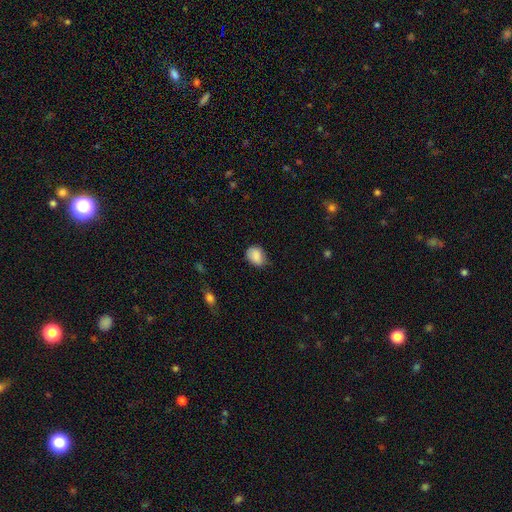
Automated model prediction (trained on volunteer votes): smooth 87%, star or artifact 8%, featured or disk 5%. Down the decision tree: how rounded — in between (55%); merging — none (63%).